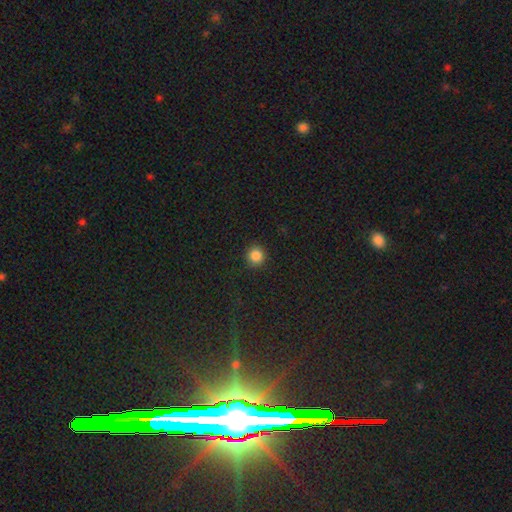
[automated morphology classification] A smooth galaxy with no disk features (86%) that is round (93%).

Vote fractions:
- Smooth or featured? smooth: 86% / star or artifact: 11% / featured or disk: 4%
- How rounded? round: 93% / in between: 6% / cigar-shaped: 1%
- Merging? none: 91% / minor disturbance: 6% / major disturbance: 2% / merger: 1%